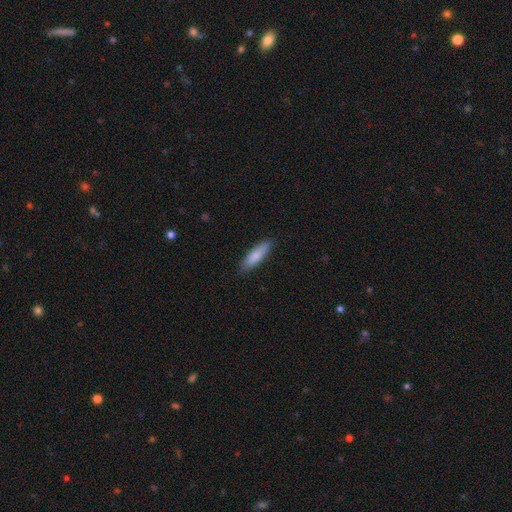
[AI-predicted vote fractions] Smooth or featured: smooth — 82% (featured or disk — 13%)
How rounded: cigar-shaped — 66% (in between — 33%)
Merging: none — 87% (minor disturbance — 10%)